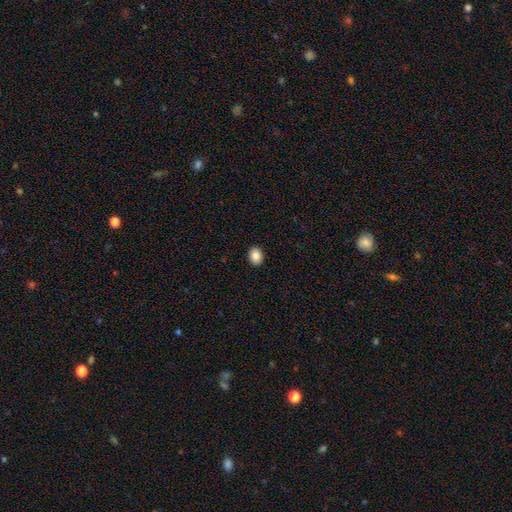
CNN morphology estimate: Smooth or featured? smooth (87%)
How rounded? round (50%)
Merging? none (92%)